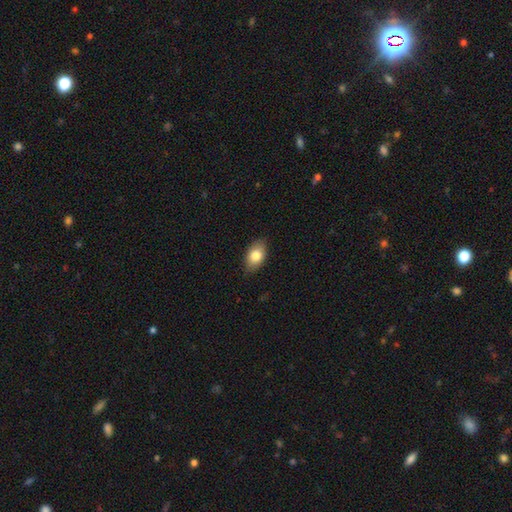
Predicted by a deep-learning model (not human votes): Smooth or featured: smooth — 81% (featured or disk — 12%)
How rounded: in between — 89% (round — 9%)
Merging: none — 84% (minor disturbance — 13%)